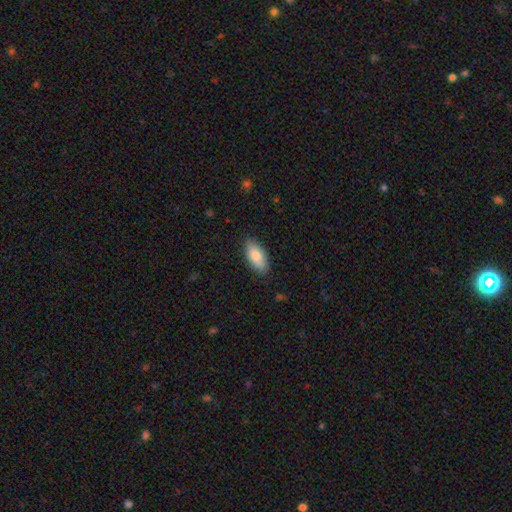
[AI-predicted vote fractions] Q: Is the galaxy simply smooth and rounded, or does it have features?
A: smooth — 82%.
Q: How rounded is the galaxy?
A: in between — 88%.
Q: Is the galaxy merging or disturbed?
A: none — 87%.